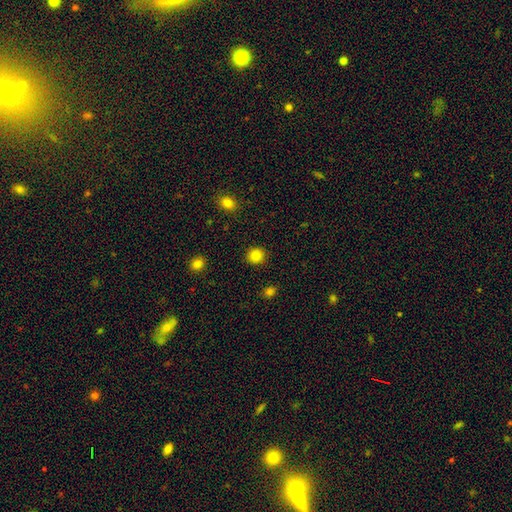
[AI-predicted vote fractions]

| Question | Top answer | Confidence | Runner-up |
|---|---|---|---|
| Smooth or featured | smooth | 84% | star or artifact (10%) |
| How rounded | round | 88% | in between (11%) |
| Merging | none | 92% | minor disturbance (5%) |